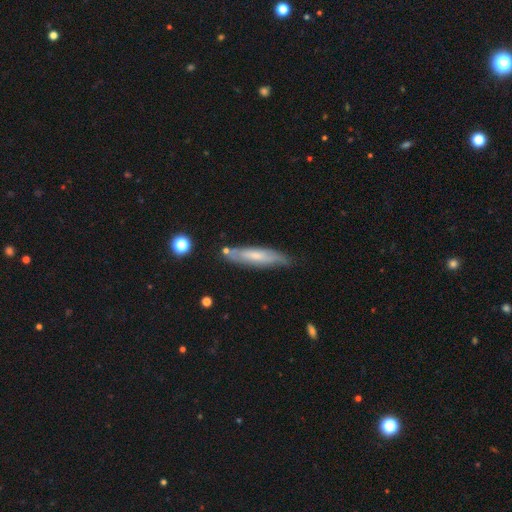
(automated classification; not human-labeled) This appears to be a smooth galaxy with no disk features (48%). Merging: none (74%).